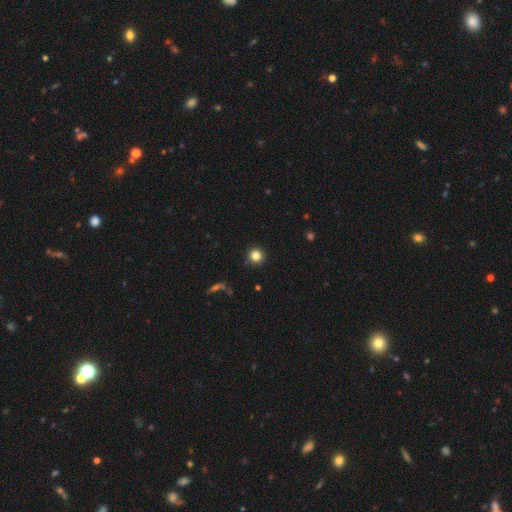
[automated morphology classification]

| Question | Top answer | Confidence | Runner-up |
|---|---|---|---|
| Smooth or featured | smooth | 82% | star or artifact (12%) |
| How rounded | round | 95% | in between (4%) |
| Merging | none | 92% | minor disturbance (5%) |